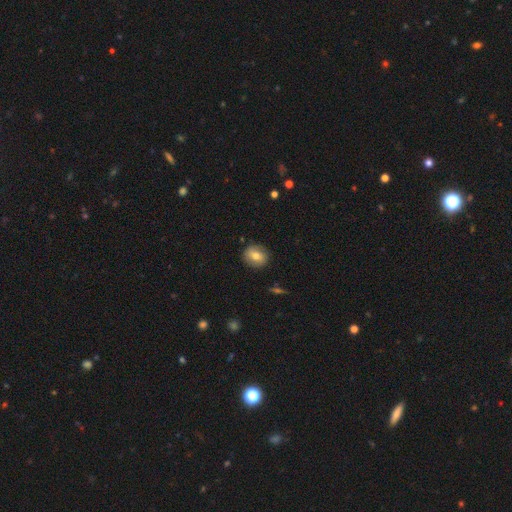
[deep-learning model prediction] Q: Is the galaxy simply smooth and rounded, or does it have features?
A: smooth — 68%.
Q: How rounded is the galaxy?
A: round — 72%.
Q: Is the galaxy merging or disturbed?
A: none — 85%.